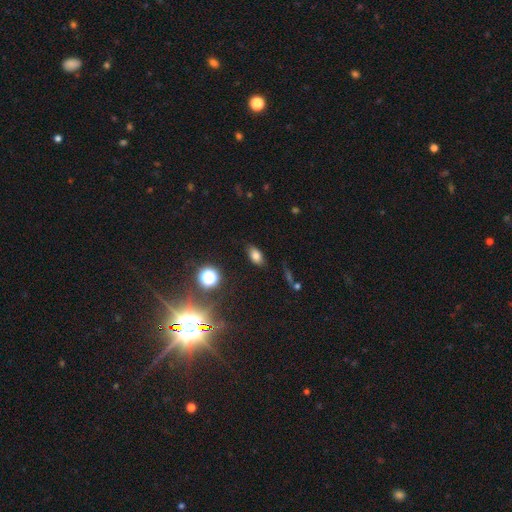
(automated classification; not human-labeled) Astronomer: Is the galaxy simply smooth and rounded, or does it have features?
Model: smooth — 76%.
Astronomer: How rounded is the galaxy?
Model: in between — 88%.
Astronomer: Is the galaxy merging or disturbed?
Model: none — 84%.